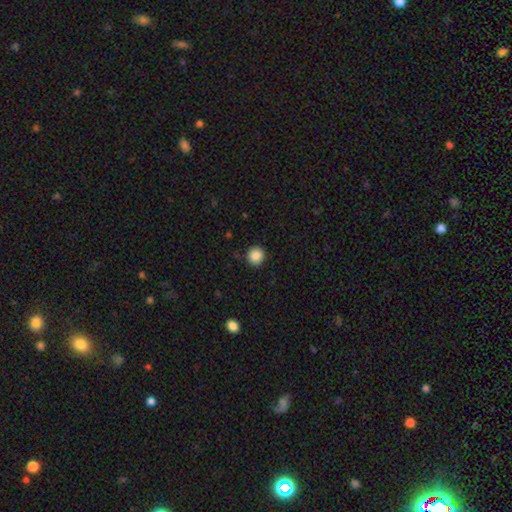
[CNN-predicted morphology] A smooth galaxy with no disk features (88%) that is round (90%).

Vote fractions:
- Smooth or featured? smooth: 88% / star or artifact: 9% / featured or disk: 3%
- How rounded? round: 90% / in between: 9% / cigar-shaped: 1%
- Merging? none: 90% / minor disturbance: 7% / major disturbance: 2% / merger: 1%